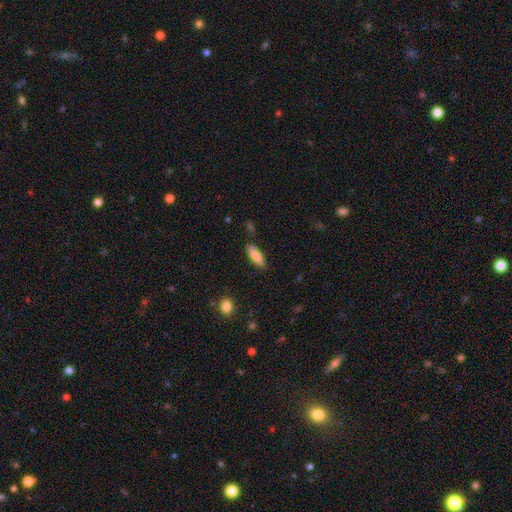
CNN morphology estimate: smooth 84%, featured or disk 9%, star or artifact 6%. Down the decision tree: how rounded — in between (56%); merging — none (83%).